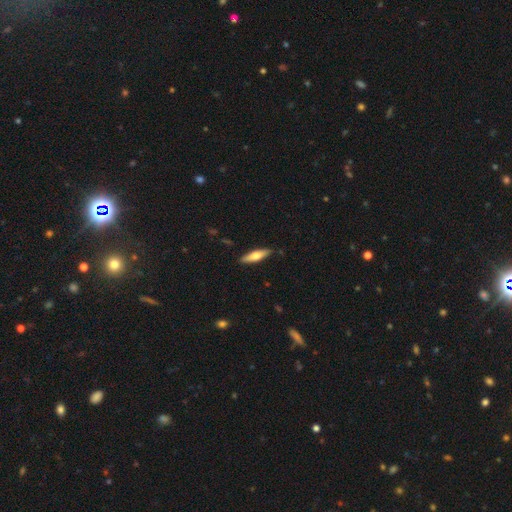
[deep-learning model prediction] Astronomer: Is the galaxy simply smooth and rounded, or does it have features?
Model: smooth — 55% (runner-up: featured or disk, 40%).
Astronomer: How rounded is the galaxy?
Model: cigar-shaped — 68%.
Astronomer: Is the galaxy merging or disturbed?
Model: none — 88%.